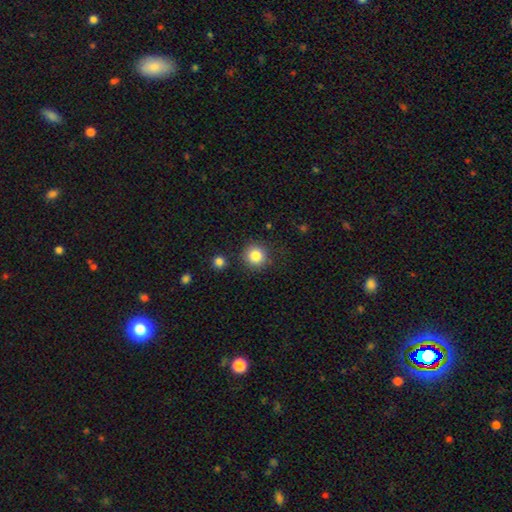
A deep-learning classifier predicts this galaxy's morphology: Overall: smooth (85%). How rounded: round (93%). Merging: none (86%).